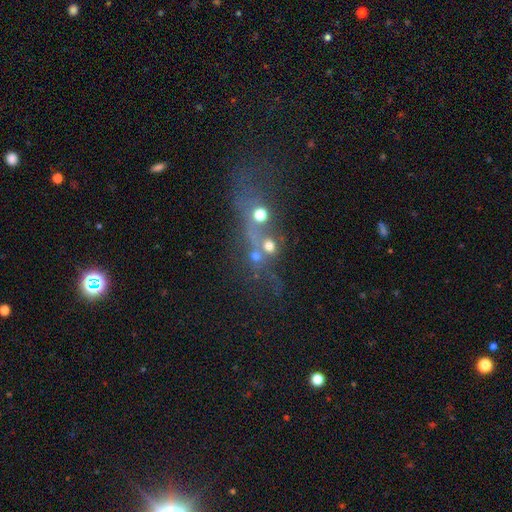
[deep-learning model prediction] Smooth or featured? Predicted: smooth (p=0.40). Merging? Predicted: merger (p=0.48).